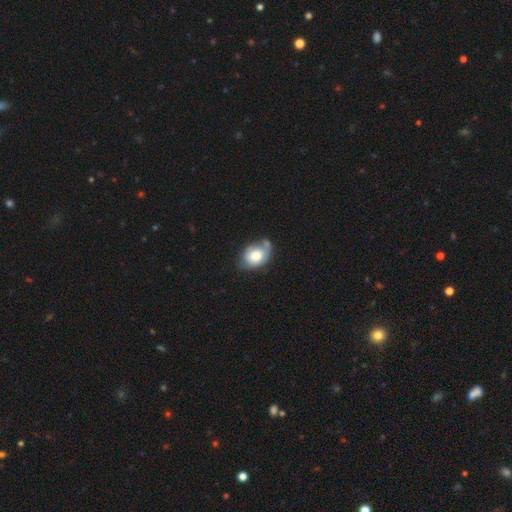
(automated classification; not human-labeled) Morphology: type=smooth (68%); roundness=in between (75%); merging=none (42%).